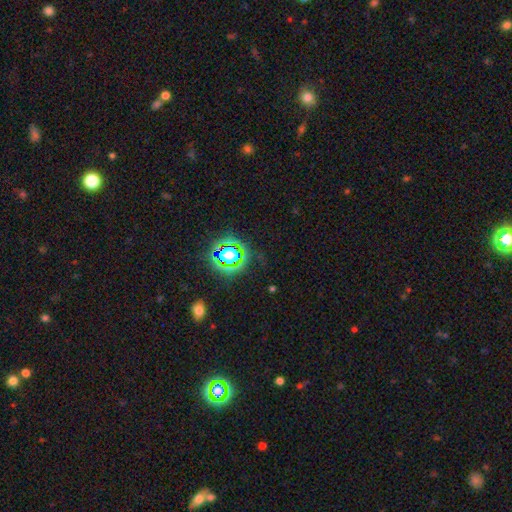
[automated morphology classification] Smooth or featured? star or artifact (79%)